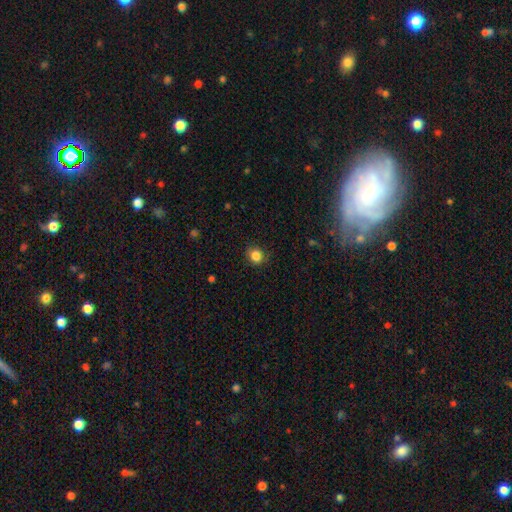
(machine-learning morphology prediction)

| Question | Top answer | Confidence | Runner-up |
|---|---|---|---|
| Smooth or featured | smooth | 85% | star or artifact (11%) |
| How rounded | round | 78% | in between (21%) |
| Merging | none | 83% | minor disturbance (13%) |